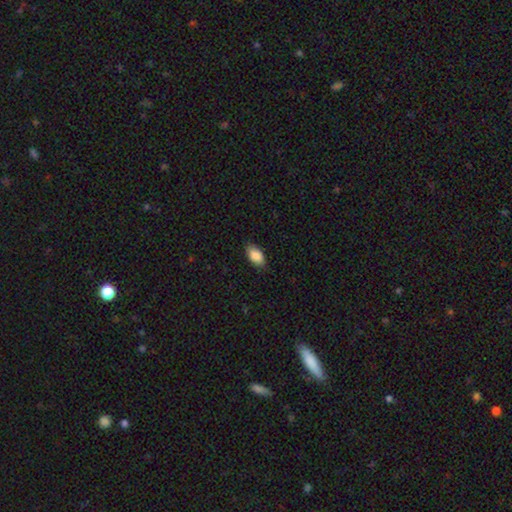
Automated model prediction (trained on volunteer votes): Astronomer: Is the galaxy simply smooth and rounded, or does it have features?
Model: smooth — 89%.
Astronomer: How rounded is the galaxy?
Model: in between — 93%.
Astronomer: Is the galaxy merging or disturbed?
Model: none — 83%.